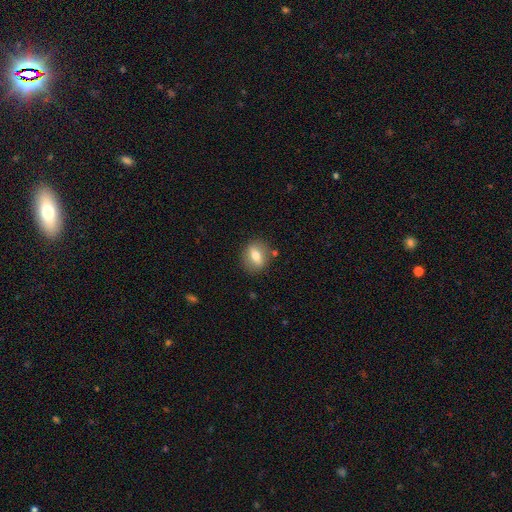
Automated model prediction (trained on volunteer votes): Smooth or featured?
  - smooth: 66% *
  - featured or disk: 26%
  - star or artifact: 8%
How rounded?
  - in between: 52% *
  - round: 43%
  - cigar-shaped: 5%
Merging?
  - none: 84% *
  - minor disturbance: 10%
  - major disturbance: 3%
  - merger: 3%